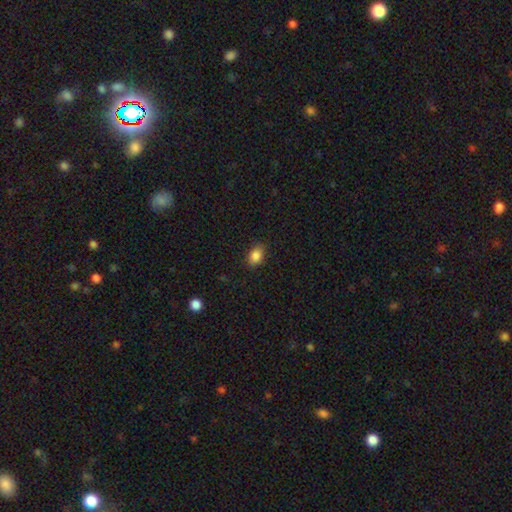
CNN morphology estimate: Overall: smooth (87%). How rounded: in between (78%). Merging: none (85%).